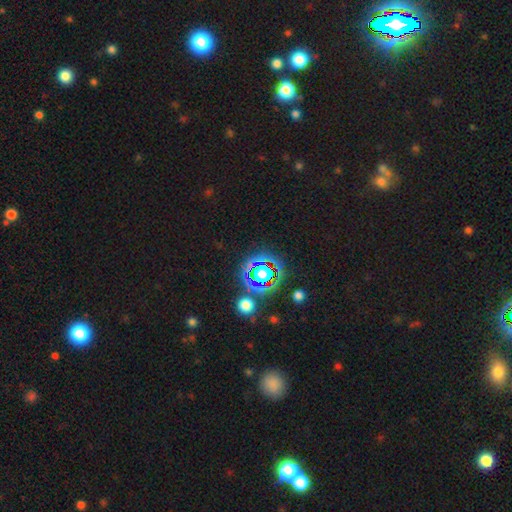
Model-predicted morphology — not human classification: A star or artifact, not a galaxy (77%).